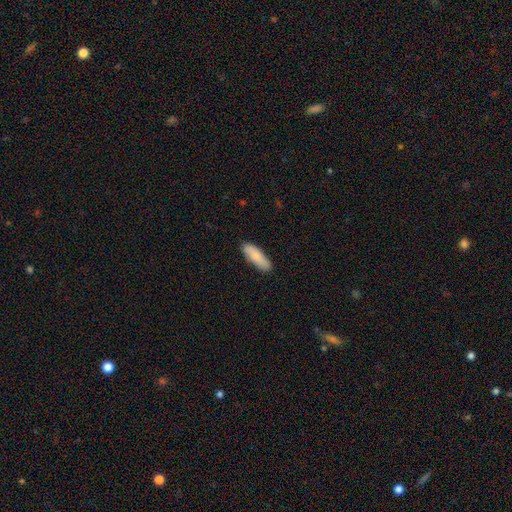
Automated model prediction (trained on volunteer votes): This appears to be a smooth galaxy with no disk features (85%) that is in between round and cigar-shaped (54%). Merging: none (87%).